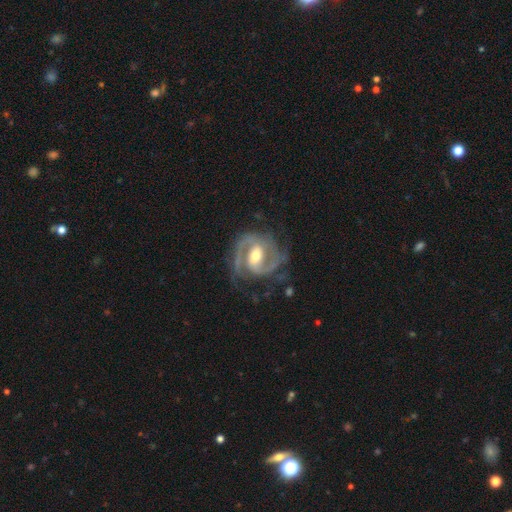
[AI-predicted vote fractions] Smooth or featured: featured or disk — 91% (smooth — 5%)
Edge-on disk: no — 98% (yes — 2%)
Bar: weak — 43% (strong — 36%)
Spiral arms: yes — 98% (no — 2%)
Spiral winding: medium — 50% (tight — 39%)
Spiral arm count: 2 — 80% (3 — 9%)
Bulge size: moderate — 69% (small — 23%)
Merging: none — 70% (minor disturbance — 18%)